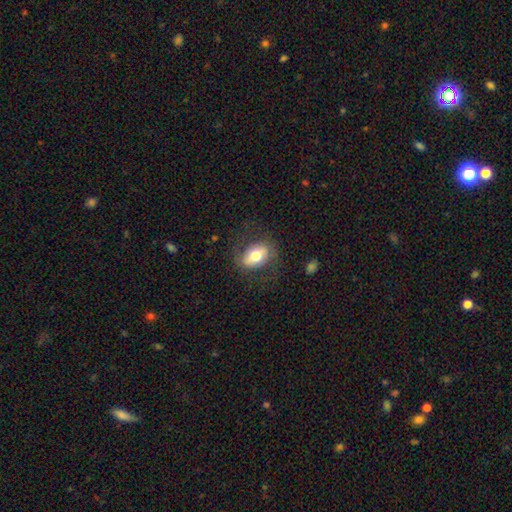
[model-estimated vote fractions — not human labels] Q: Smooth or featured?
A: smooth (63%); runner-up: featured or disk (30%)
Q: How rounded?
A: in between (85%); runner-up: round (12%)
Q: Merging?
A: none (73%); runner-up: minor disturbance (16%)